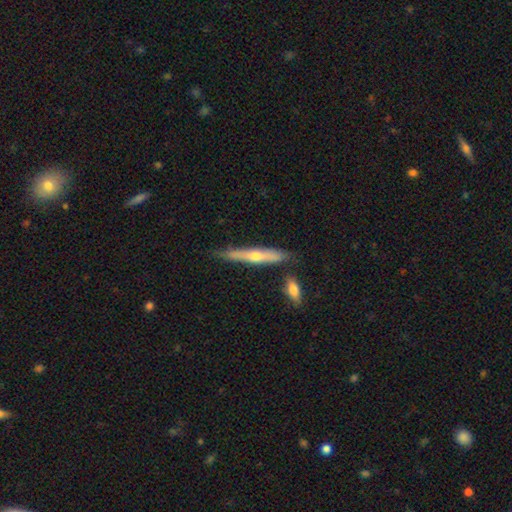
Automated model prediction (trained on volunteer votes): A featured or disk galaxy (57%) viewed edge-on (92%) with a rounded central bulge (85%). Merging: none (76%).